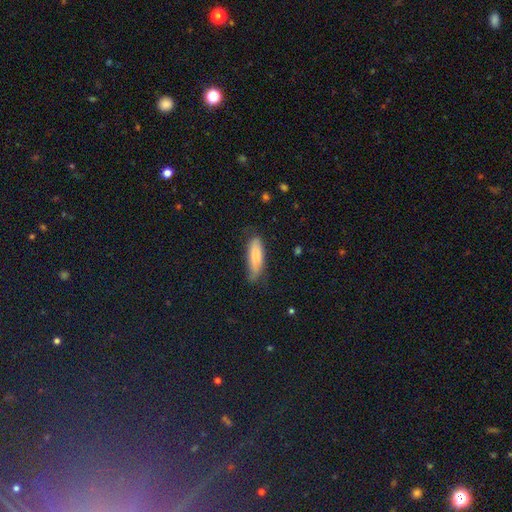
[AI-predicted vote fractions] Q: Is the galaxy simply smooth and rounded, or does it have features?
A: smooth — 78%.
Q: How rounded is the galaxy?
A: cigar-shaped — 51%.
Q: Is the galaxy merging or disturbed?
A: none — 59%.